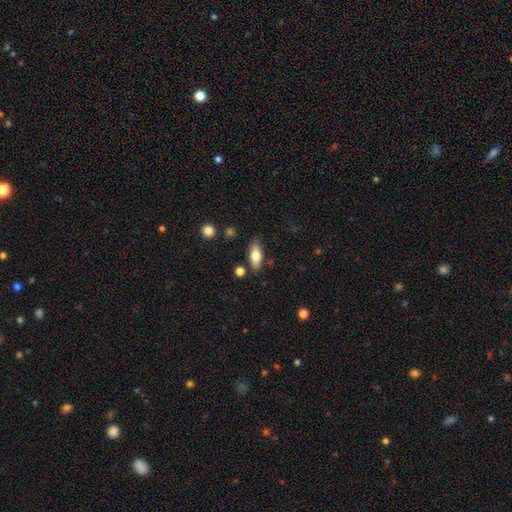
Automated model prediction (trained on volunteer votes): A smooth galaxy with no disk features (76%) that is in between round and cigar-shaped (80%).

Vote fractions:
- Smooth or featured? smooth: 76% / featured or disk: 17% / star or artifact: 7%
- How rounded? in between: 80% / cigar-shaped: 18% / round: 3%
- Merging? none: 79% / minor disturbance: 14% / merger: 4% / major disturbance: 3%